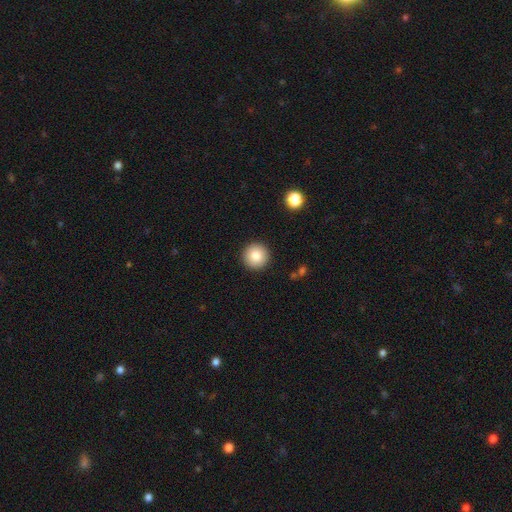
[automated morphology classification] Q: Smooth or featured?
A: smooth (84%); runner-up: star or artifact (9%)
Q: How rounded?
A: round (96%); runner-up: in between (3%)
Q: Merging?
A: none (92%); runner-up: minor disturbance (5%)